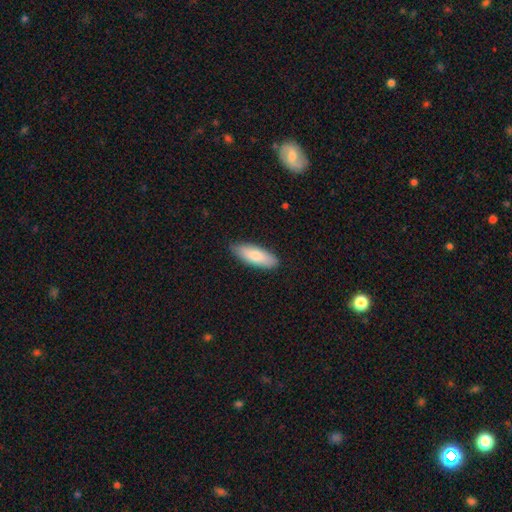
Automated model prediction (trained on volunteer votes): A smooth galaxy with no disk features (79%) that is in between round and cigar-shaped (69%).

Vote fractions:
- Smooth or featured? smooth: 79% / featured or disk: 16% / star or artifact: 5%
- How rounded? in between: 69% / cigar-shaped: 29% / round: 2%
- Merging? none: 83% / minor disturbance: 14% / major disturbance: 2% / merger: 1%